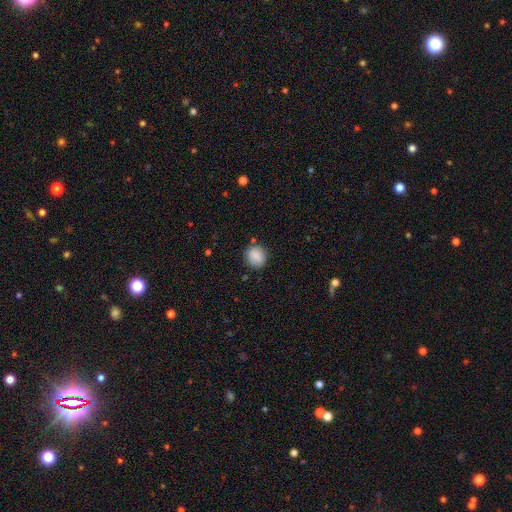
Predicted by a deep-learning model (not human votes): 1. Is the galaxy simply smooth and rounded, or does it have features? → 88% smooth, 8% star or artifact, 4% featured or disk.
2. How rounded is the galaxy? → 79% round, 20% in between, 1% cigar-shaped.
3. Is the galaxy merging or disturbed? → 82% none, 12% minor disturbance, 3% major disturbance, 3% merger.